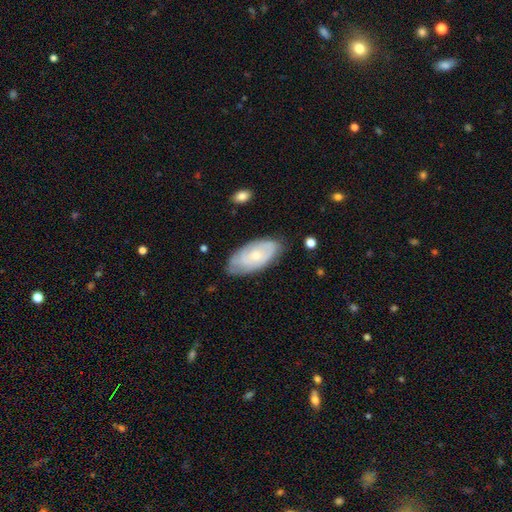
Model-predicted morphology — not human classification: Q: Smooth or featured?
A: featured or disk (52%); runner-up: smooth (42%)
Q: Edge-on disk?
A: no (91%); runner-up: yes (9%)
Q: Merging?
A: none (72%); runner-up: minor disturbance (22%)